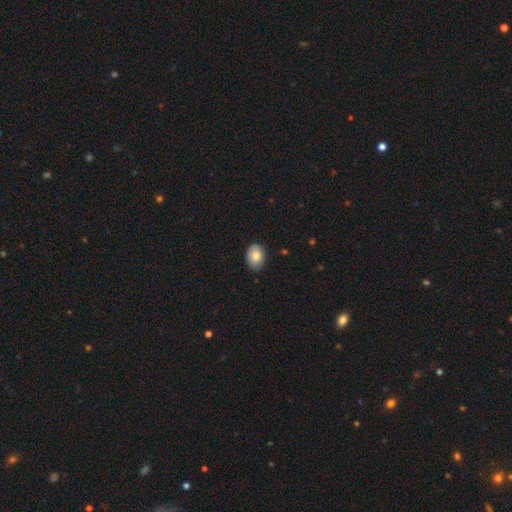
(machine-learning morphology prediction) A smooth galaxy with no disk features (82%) that is in between round and cigar-shaped (73%). Merging: none (81%).